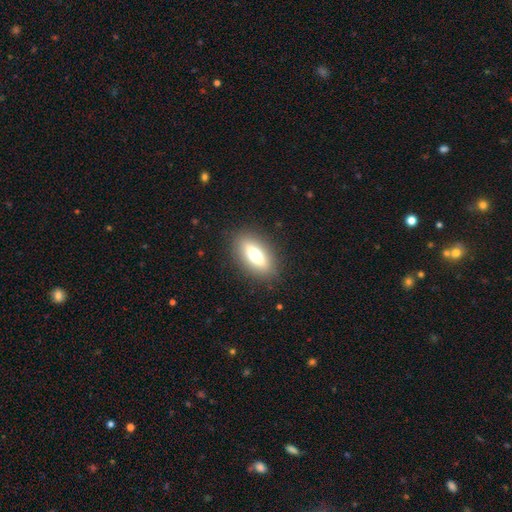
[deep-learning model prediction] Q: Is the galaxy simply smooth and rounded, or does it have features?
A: smooth — 63%.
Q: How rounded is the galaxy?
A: in between — 71%.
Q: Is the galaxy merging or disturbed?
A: none — 87%.